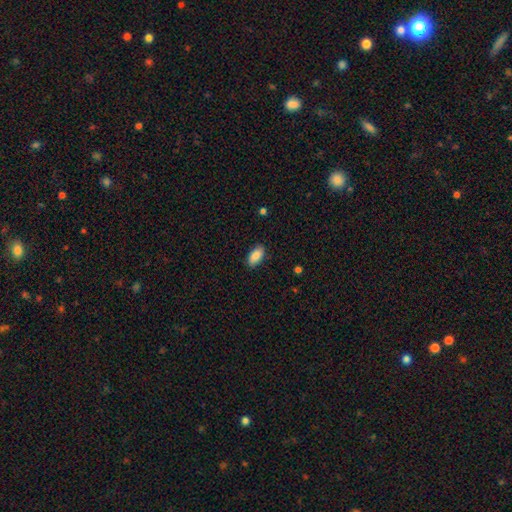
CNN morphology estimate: Q: Smooth or featured?
A: smooth (86%); runner-up: featured or disk (7%)
Q: How rounded?
A: in between (93%); runner-up: cigar-shaped (5%)
Q: Merging?
A: none (86%); runner-up: minor disturbance (11%)